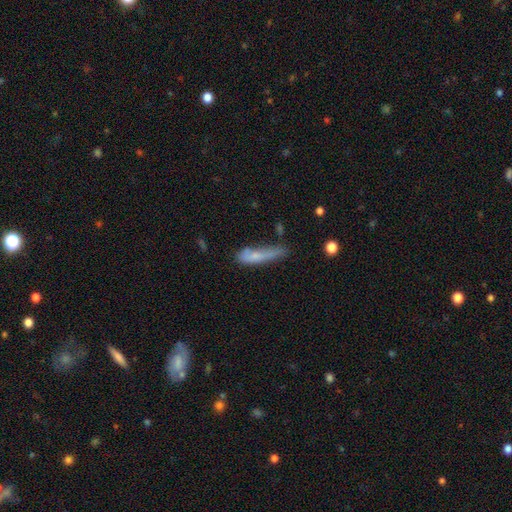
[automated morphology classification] A smooth galaxy with no disk features (68%) that is cigar-shaped (81%). Merging: none (43%).